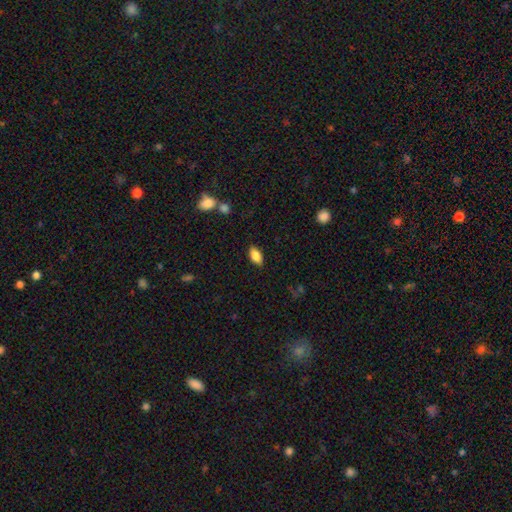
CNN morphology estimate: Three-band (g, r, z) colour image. It shows a smooth galaxy with no disk features (83%) that is in between round and cigar-shaped (90%). Merging: none (86%).